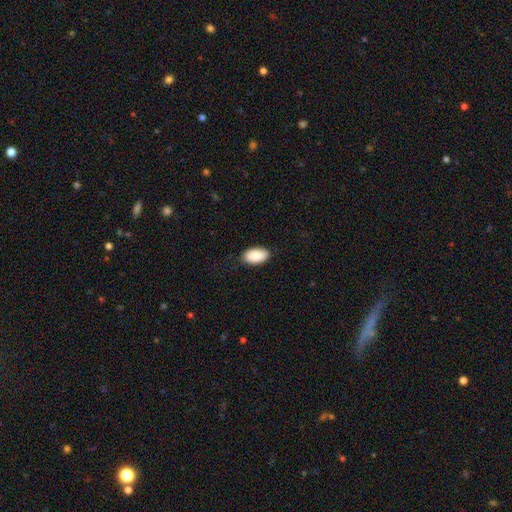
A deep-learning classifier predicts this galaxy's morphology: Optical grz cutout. It shows a smooth galaxy with no disk features (90%) that is in between round and cigar-shaped (95%). Merging: none (85%).